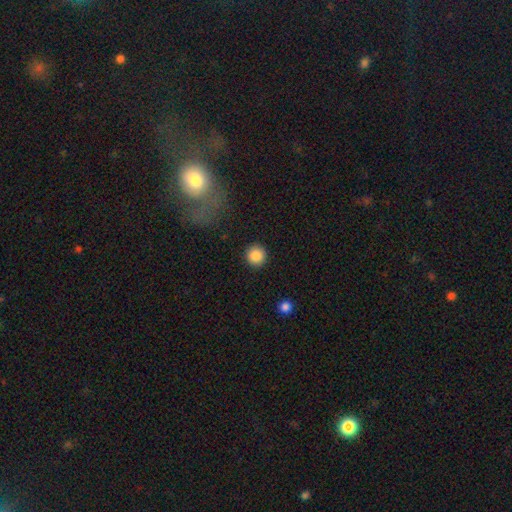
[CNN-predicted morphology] smooth-or-featured: smooth: 88% | star or artifact: 9% | featured or disk: 3%
  how-rounded: round: 95% | in between: 4% | cigar-shaped: 1%
  merging: none: 92% | minor disturbance: 5% | major disturbance: 2% | merger: 1%